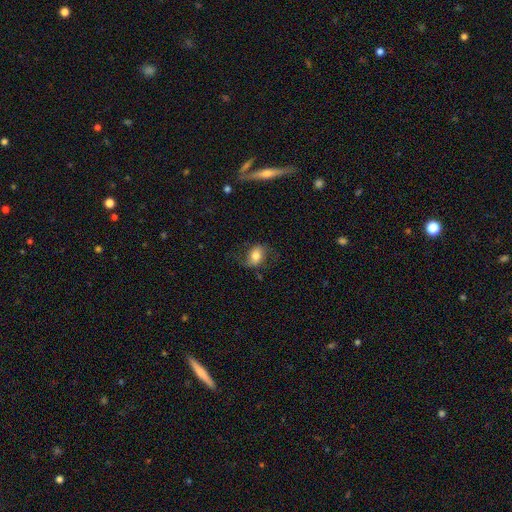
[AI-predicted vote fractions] This is possibly a smooth galaxy (54%). How rounded: likely in between (74%). Merging: likely none (66%).